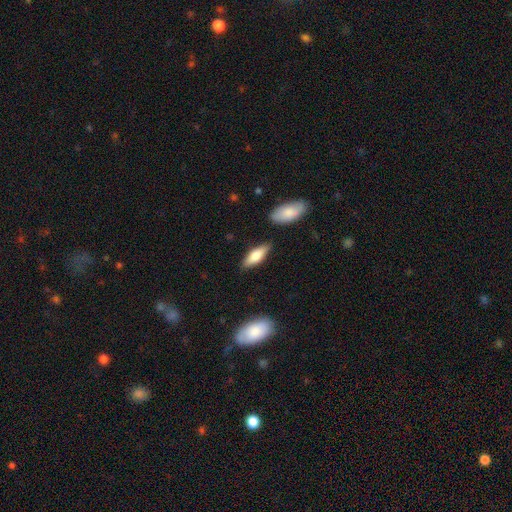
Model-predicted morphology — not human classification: smooth_or_featured: smooth (p=0.70) [alt: featured or disk p=0.24]
how_rounded: in between (p=0.66) [alt: cigar-shaped p=0.32]
merging: none (p=0.83) [alt: minor disturbance p=0.11]